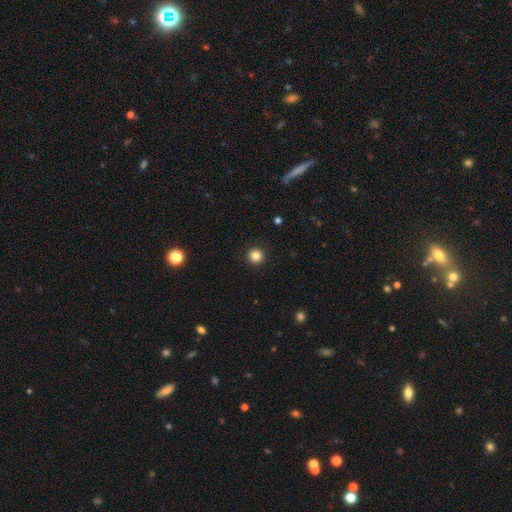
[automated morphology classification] smooth_or_featured: smooth (p=0.85) [alt: star or artifact p=0.11]
how_rounded: round (p=0.96) [alt: in between p=0.04]
merging: none (p=0.93) [alt: minor disturbance p=0.04]